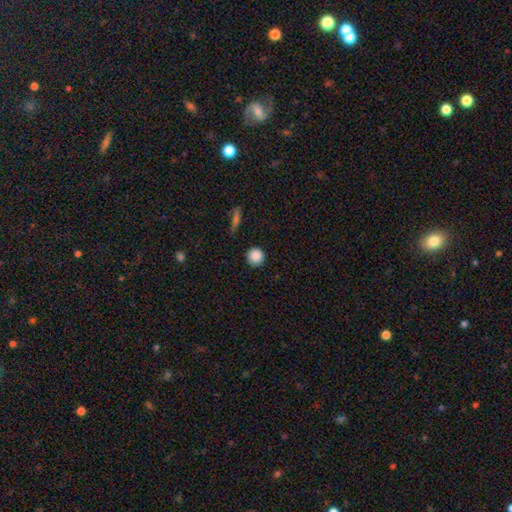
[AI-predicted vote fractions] smooth 88%, star or artifact 9%, featured or disk 3%. Down the decision tree: how rounded — round (95%); merging — none (90%).